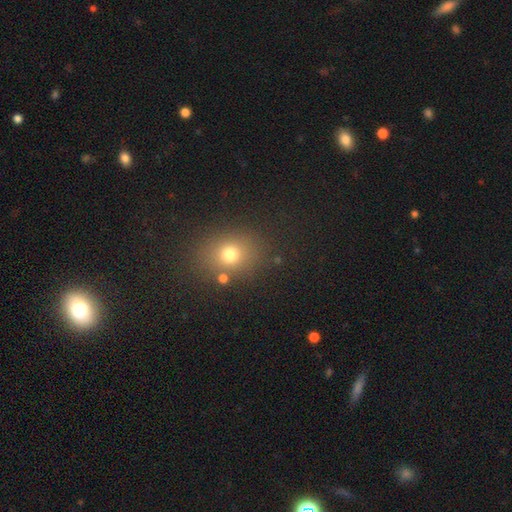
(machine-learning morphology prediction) Smooth or featured?
  - smooth: 58% *
  - star or artifact: 33%
  - featured or disk: 8%
How rounded?
  - round: 60% *
  - in between: 38%
  - cigar-shaped: 1%
Merging?
  - none: 82% *
  - minor disturbance: 8%
  - merger: 6%
  - major disturbance: 3%